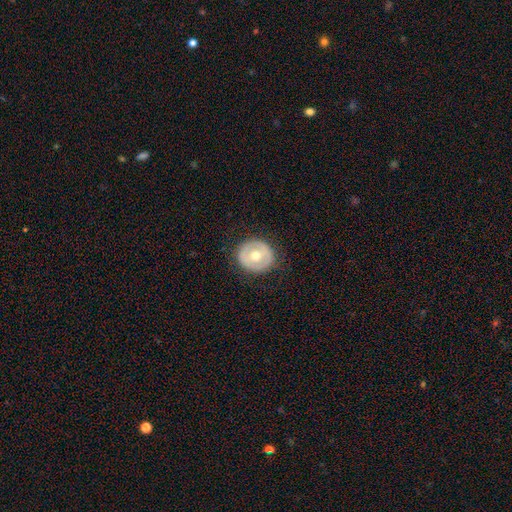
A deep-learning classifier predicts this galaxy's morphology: smooth_or_featured: featured or disk (p=0.48) [alt: smooth p=0.46]
merging: none (p=0.87) [alt: minor disturbance p=0.09]